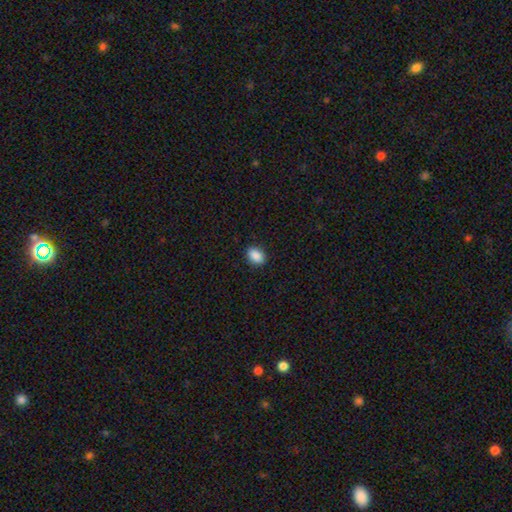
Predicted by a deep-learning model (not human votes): Smooth or featured? Predicted: smooth (p=0.89). How rounded? Predicted: in between (p=0.78). Merging? Predicted: none (p=0.89).